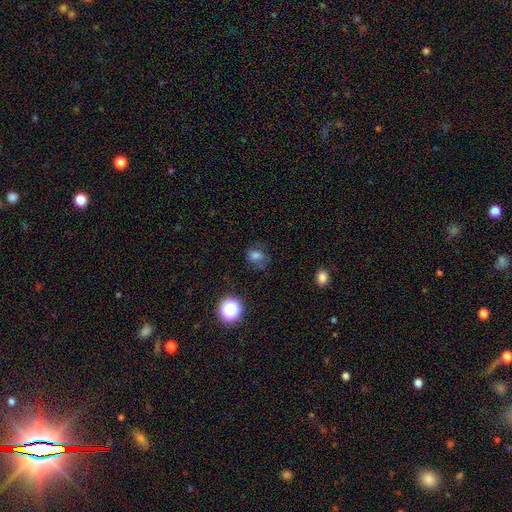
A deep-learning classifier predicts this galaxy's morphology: Smooth or featured: smooth — 73% (star or artifact — 16%)
How rounded: round — 54% (in between — 45%)
Merging: none — 61% (minor disturbance — 24%)